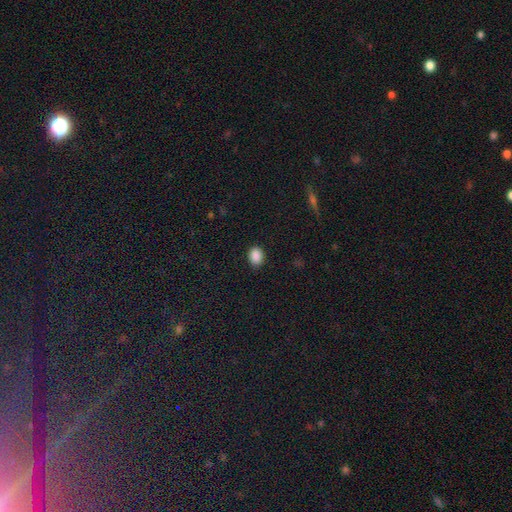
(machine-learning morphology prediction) A smooth galaxy with no disk features (88%) that is in between round and cigar-shaped (62%). Merging: none (86%).